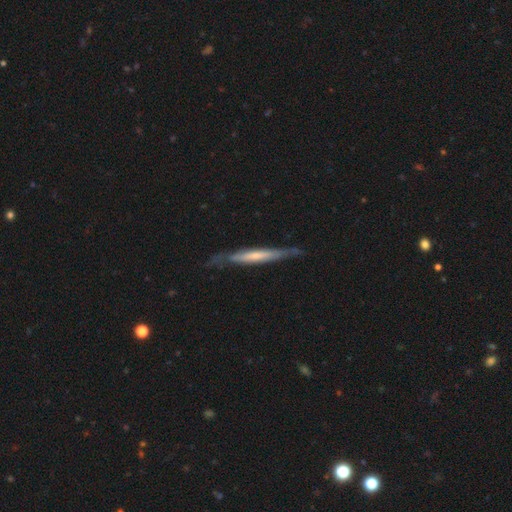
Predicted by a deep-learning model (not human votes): Q: Smooth or featured?
A: featured or disk (59%); runner-up: smooth (35%)
Q: Edge-on disk?
A: yes (85%); runner-up: no (15%)
Q: Edge-on bulge?
A: none (58%); runner-up: rounded (25%)
Q: Merging?
A: none (70%); runner-up: minor disturbance (22%)